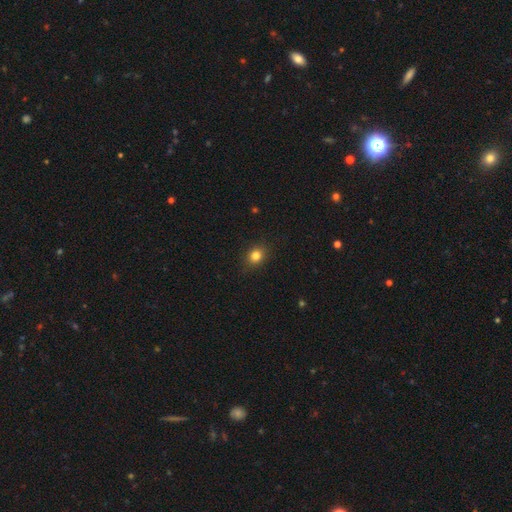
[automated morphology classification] smooth 82%, star or artifact 12%, featured or disk 6%. Down the decision tree: how rounded — round (67%); merging — none (88%).